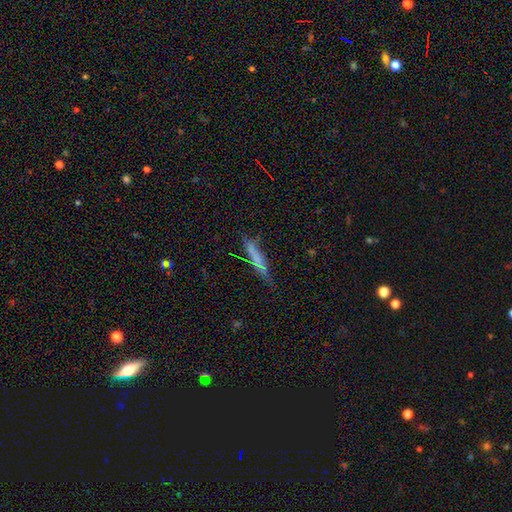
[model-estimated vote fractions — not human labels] Morphology: type=smooth (61%); roundness=cigar-shaped (92%); merging=none (67%).